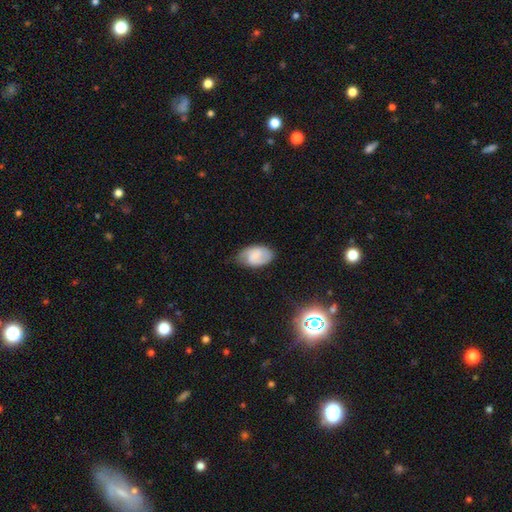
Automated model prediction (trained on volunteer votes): smooth_or_featured: smooth (p=0.52) [alt: featured or disk p=0.40]
how_rounded: in between (p=0.92) [alt: round p=0.07]
merging: none (p=0.63) [alt: minor disturbance p=0.29]